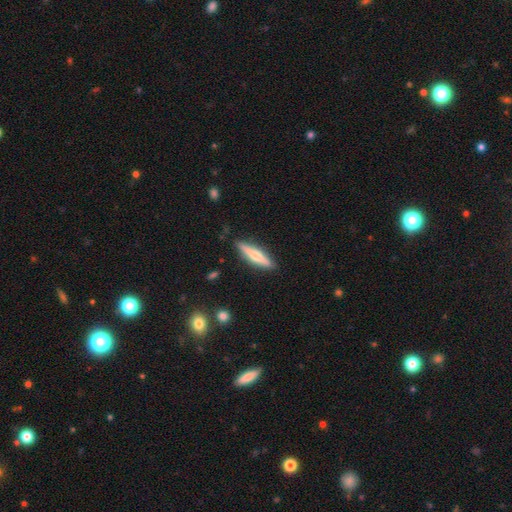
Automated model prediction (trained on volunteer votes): Q: Smooth or featured?
A: smooth (48%); runner-up: featured or disk (46%)
Q: Merging?
A: none (87%); runner-up: minor disturbance (9%)